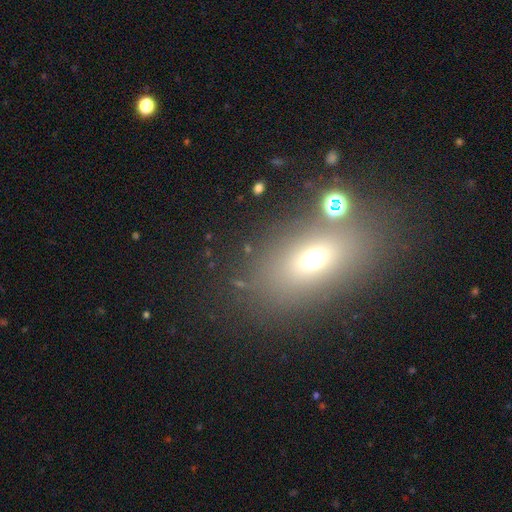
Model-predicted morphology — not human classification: Overall: smooth (57%; star or artifact 22%). How rounded: in between (77%). Merging: none (74%).